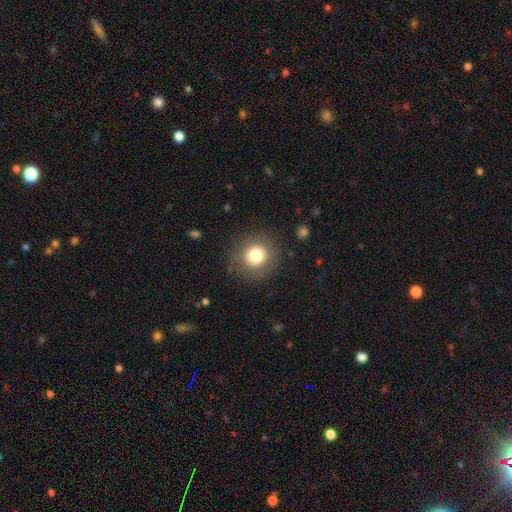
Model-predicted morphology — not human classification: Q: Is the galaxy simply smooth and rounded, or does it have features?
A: smooth — 77%.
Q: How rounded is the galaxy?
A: round — 92%.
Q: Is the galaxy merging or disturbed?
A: none — 86%.